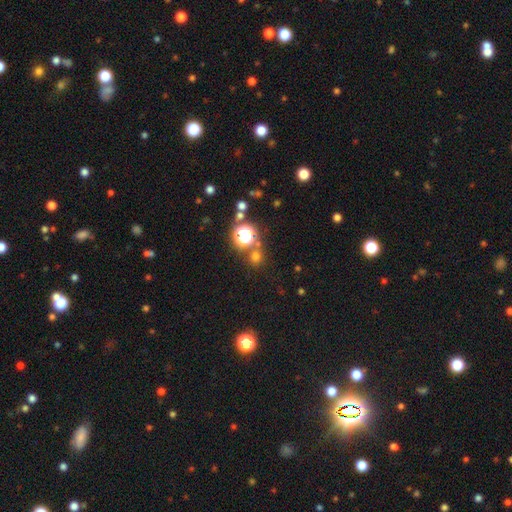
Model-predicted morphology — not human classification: Smooth or featured: smooth — 61% (star or artifact — 33%)
How rounded: round — 90% (in between — 9%)
Merging: none — 77% (merger — 11%)